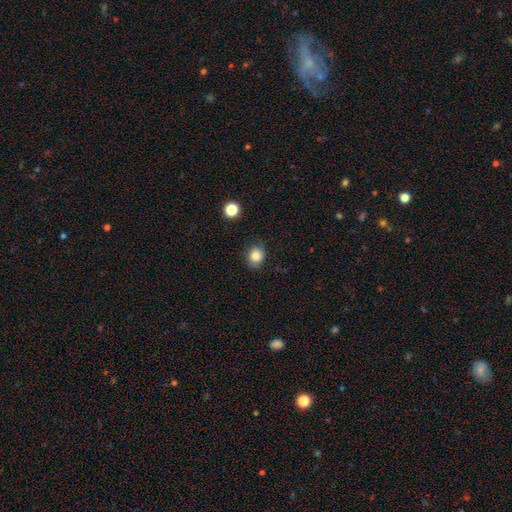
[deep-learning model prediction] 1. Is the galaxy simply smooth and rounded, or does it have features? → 84% smooth, 10% star or artifact, 6% featured or disk.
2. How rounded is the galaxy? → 63% round, 36% in between, 1% cigar-shaped.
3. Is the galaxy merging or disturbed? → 81% none, 14% minor disturbance, 3% major disturbance, 2% merger.